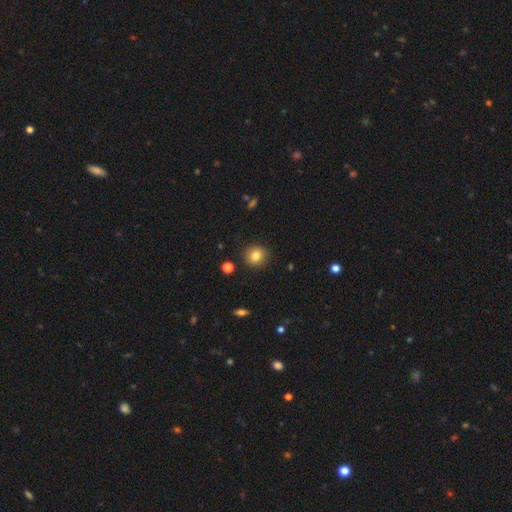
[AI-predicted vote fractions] Smooth or featured: smooth — 81% (star or artifact — 11%)
How rounded: round — 90% (in between — 9%)
Merging: none — 90% (minor disturbance — 6%)